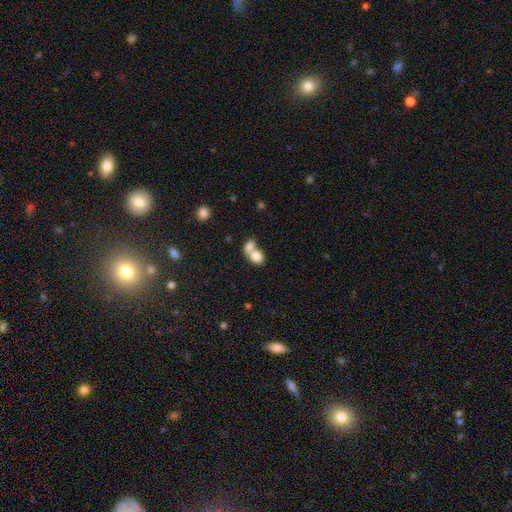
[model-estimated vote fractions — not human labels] This is likely a smooth galaxy (80%). How rounded: possibly in between (55%). Merging: likely merger (69%).